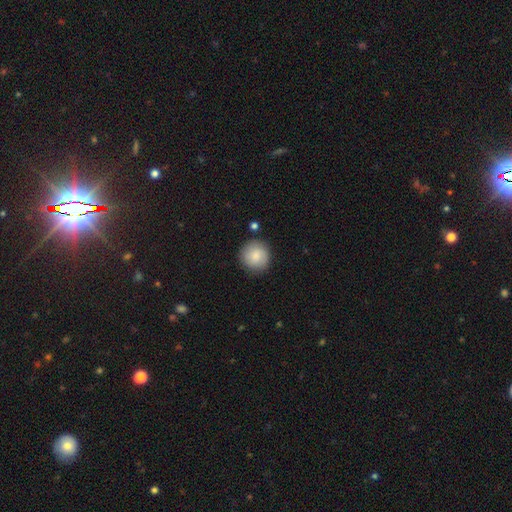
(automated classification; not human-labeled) smooth 83%, featured or disk 10%, star or artifact 7%. Down the decision tree: how rounded — round (94%); merging — none (86%).